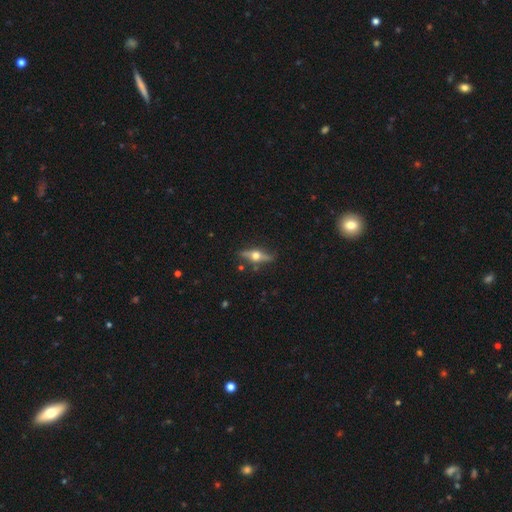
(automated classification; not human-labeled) Overall: featured or disk (73%). Edge-on disk: yes (94%). Edge-on bulge: rounded (97%). Merging: none (84%).